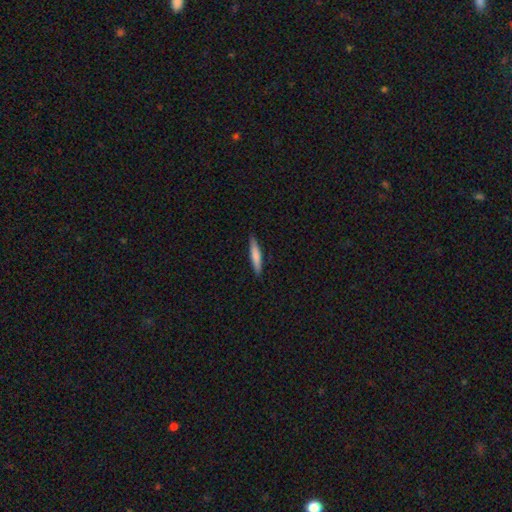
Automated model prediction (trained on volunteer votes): Overall: smooth (74%). How rounded: cigar-shaped (91%). Merging: none (90%).